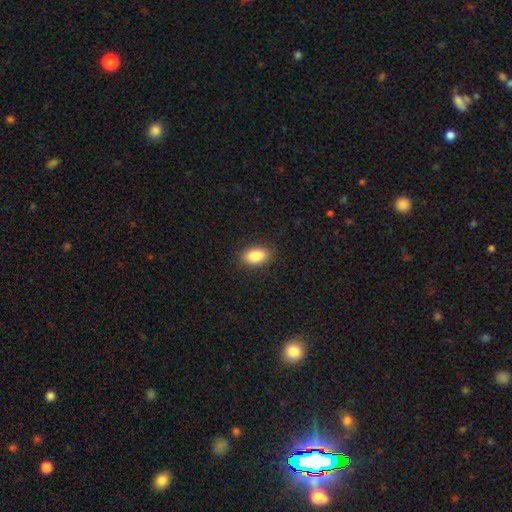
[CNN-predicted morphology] Smooth or featured? Predicted: smooth (p=0.86). How rounded? Predicted: in between (p=0.91). Merging? Predicted: none (p=0.89).